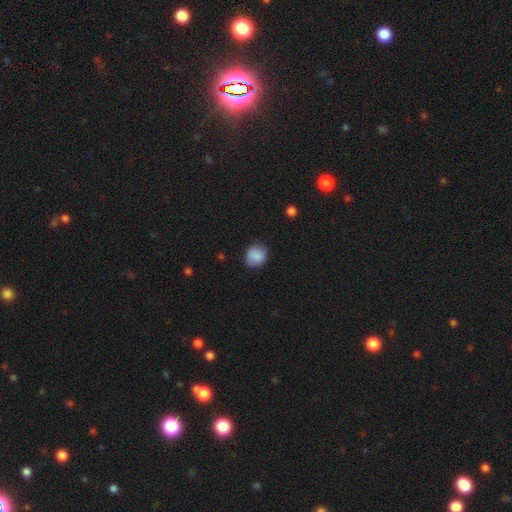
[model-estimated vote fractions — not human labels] A smooth galaxy with no disk features (87%) that is round (78%).

Vote fractions:
- Smooth or featured? smooth: 87% / star or artifact: 8% / featured or disk: 5%
- How rounded? round: 78% / in between: 21% / cigar-shaped: 1%
- Merging? none: 80% / minor disturbance: 15% / major disturbance: 3% / merger: 1%